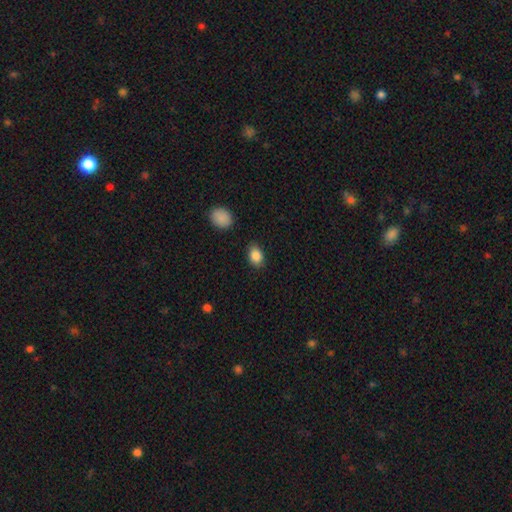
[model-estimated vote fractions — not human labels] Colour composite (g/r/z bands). It shows a smooth galaxy with no disk features (87%) that is in between round and cigar-shaped (77%). Merging: none (84%).